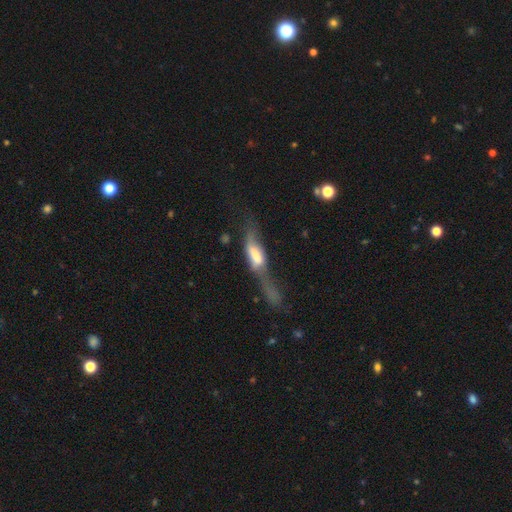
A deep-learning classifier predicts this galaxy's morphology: Smooth or featured: featured or disk — 47% (smooth — 44%)
Merging: major disturbance — 46% (minor disturbance — 19%)